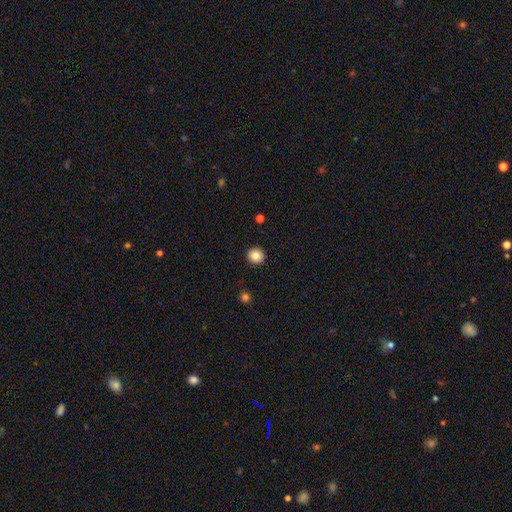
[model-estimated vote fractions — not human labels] Smooth or featured?
  - smooth: 85% *
  - star or artifact: 10%
  - featured or disk: 5%
How rounded?
  - round: 92% *
  - in between: 7%
  - cigar-shaped: 1%
Merging?
  - none: 93% *
  - minor disturbance: 4%
  - major disturbance: 1%
  - merger: 1%